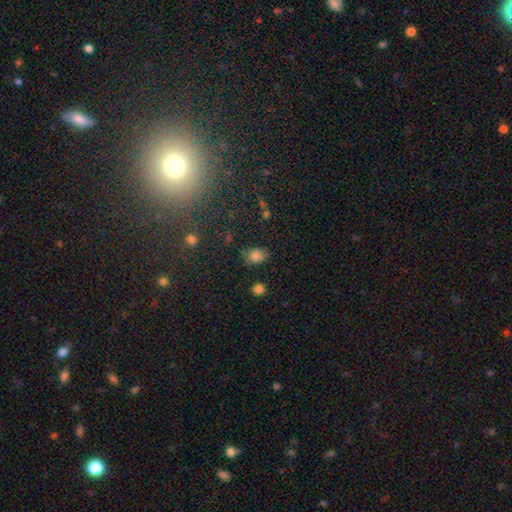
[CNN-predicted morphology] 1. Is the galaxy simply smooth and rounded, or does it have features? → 81% smooth, 13% star or artifact, 6% featured or disk.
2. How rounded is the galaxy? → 60% in between, 39% round, 1% cigar-shaped.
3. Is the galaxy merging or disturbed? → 70% none, 21% minor disturbance, 5% major disturbance, 4% merger.